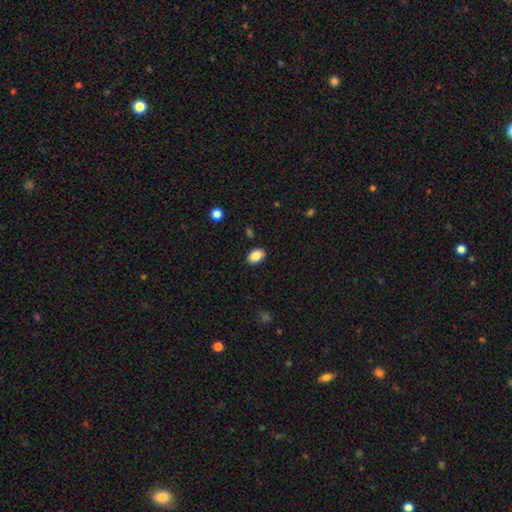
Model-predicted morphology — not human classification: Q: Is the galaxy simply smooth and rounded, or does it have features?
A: smooth — 87%.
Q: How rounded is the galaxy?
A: in between — 80%.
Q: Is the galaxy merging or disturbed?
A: none — 87%.